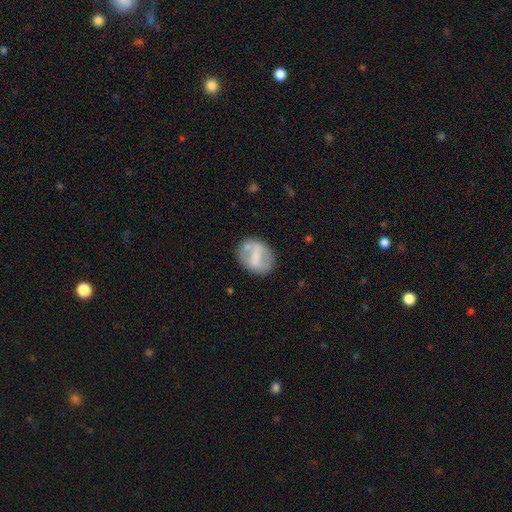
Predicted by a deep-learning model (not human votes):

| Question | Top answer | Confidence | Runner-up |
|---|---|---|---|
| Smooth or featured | smooth | 50% | featured or disk (43%) |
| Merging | none | 68% | minor disturbance (18%) |